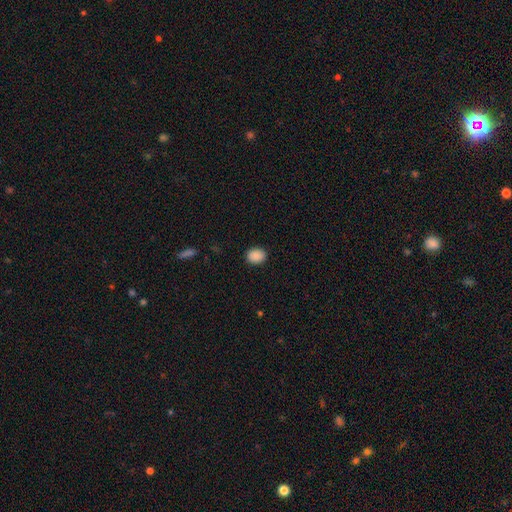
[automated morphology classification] type=smooth (89%); roundness=in between (54%); merging=none (89%).